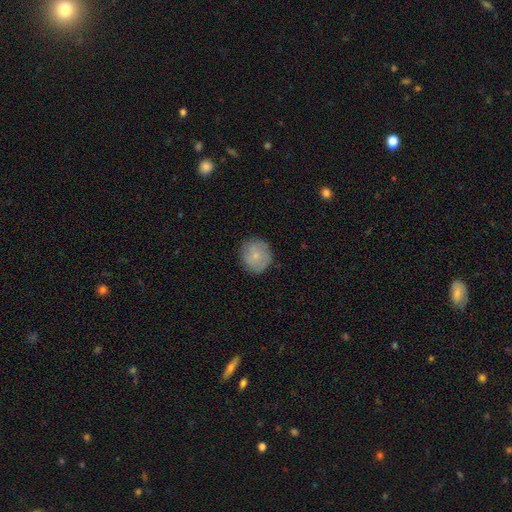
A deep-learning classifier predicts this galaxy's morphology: A smooth galaxy with no disk features (72%) that is round (92%).

Vote fractions:
- Smooth or featured? smooth: 72% / featured or disk: 21% / star or artifact: 8%
- How rounded? round: 92% / in between: 7% / cigar-shaped: 1%
- Merging? none: 83% / minor disturbance: 13% / major disturbance: 3% / merger: 1%